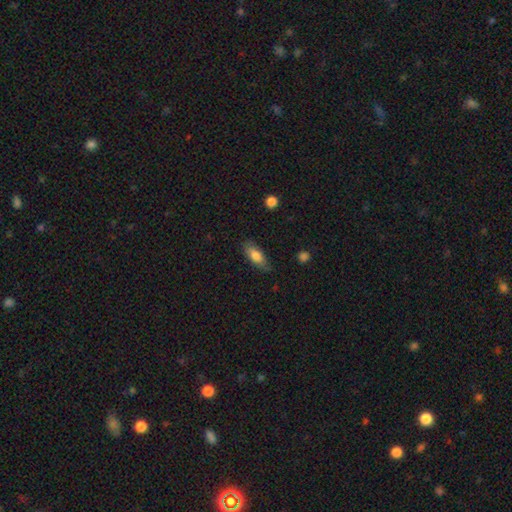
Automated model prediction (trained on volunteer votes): Smooth or featured? smooth (77%)
How rounded? in between (79%)
Merging? none (76%)